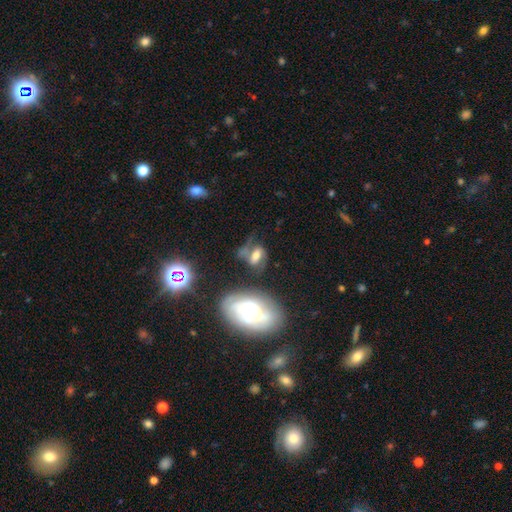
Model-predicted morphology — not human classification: Q: Smooth or featured?
A: featured or disk (43%); tied with: smooth (43%)
Q: Merging?
A: none (37%); runner-up: merger (23%)